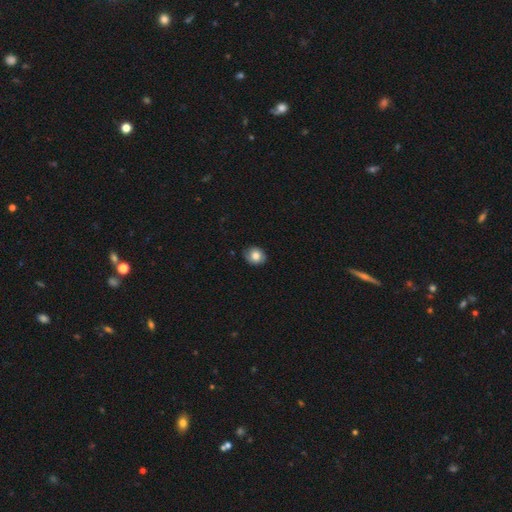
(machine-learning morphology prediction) smooth-or-featured: smooth: 79% | featured or disk: 12% | star or artifact: 9%
  how-rounded: round: 59% | in between: 40% | cigar-shaped: 1%
  merging: none: 84% | minor disturbance: 13% | major disturbance: 2% | merger: 1%